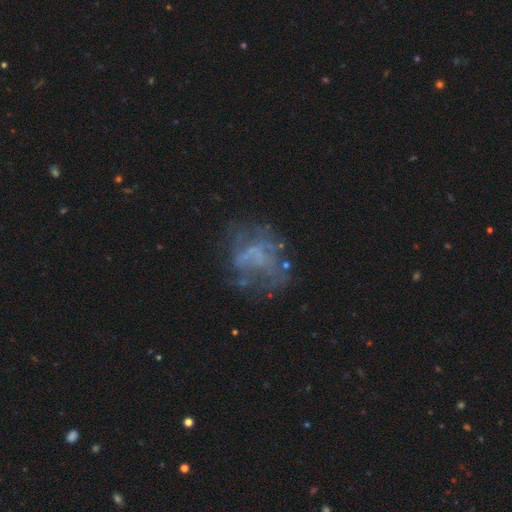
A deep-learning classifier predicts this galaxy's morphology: Q: Smooth or featured?
A: featured or disk (61%); runner-up: smooth (20%)
Q: Edge-on disk?
A: no (98%); runner-up: yes (2%)
Q: Bar?
A: no (81%); runner-up: weak (14%)
Q: Spiral arms?
A: no (77%); runner-up: yes (23%)
Q: Bulge size?
A: none (76%); runner-up: small (14%)
Q: Merging?
A: none (47%); runner-up: major disturbance (31%)